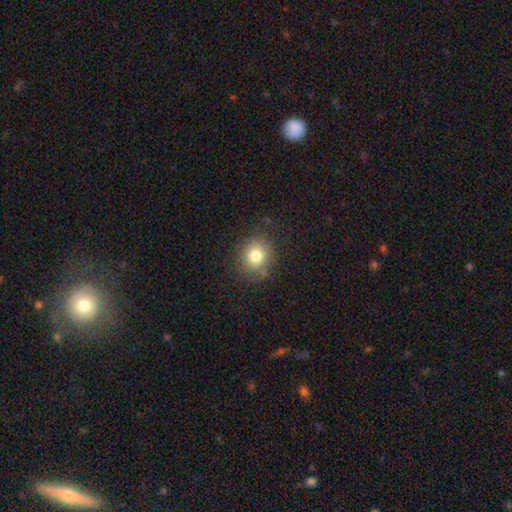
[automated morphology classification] smooth 79%, star or artifact 12%, featured or disk 10%. Down the decision tree: how rounded — round (79%); merging — none (82%).